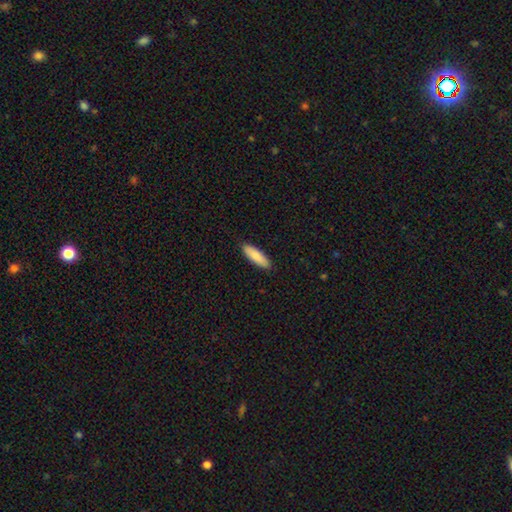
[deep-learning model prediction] smooth_or_featured: smooth (p=0.87) [alt: featured or disk p=0.08]
how_rounded: cigar-shaped (p=0.55) [alt: in between p=0.44]
merging: none (p=0.90) [alt: minor disturbance p=0.07]